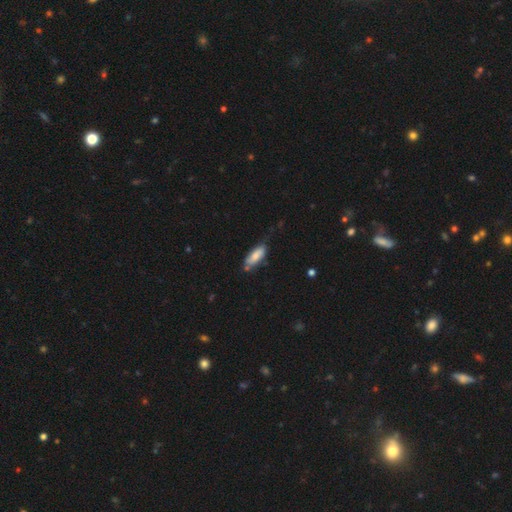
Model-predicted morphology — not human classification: Smooth or featured?
  - smooth: 73% *
  - featured or disk: 21%
  - star or artifact: 6%
How rounded?
  - in between: 72% *
  - cigar-shaped: 27%
  - round: 2%
Merging?
  - none: 53% *
  - minor disturbance: 32%
  - major disturbance: 9%
  - merger: 6%